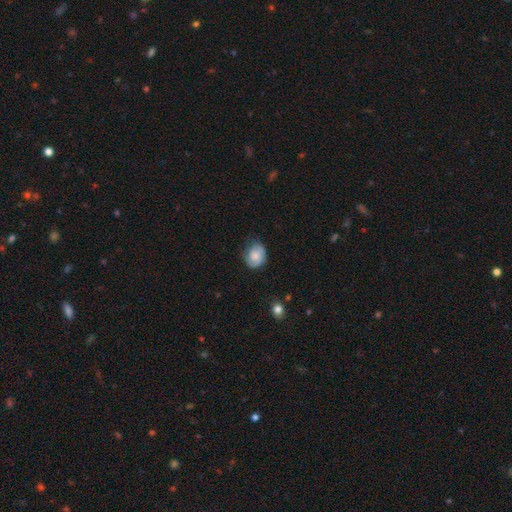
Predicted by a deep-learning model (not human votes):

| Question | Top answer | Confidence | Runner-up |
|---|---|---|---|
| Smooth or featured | smooth | 59% | featured or disk (34%) |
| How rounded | round | 52% | in between (47%) |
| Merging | none | 65% | minor disturbance (27%) |